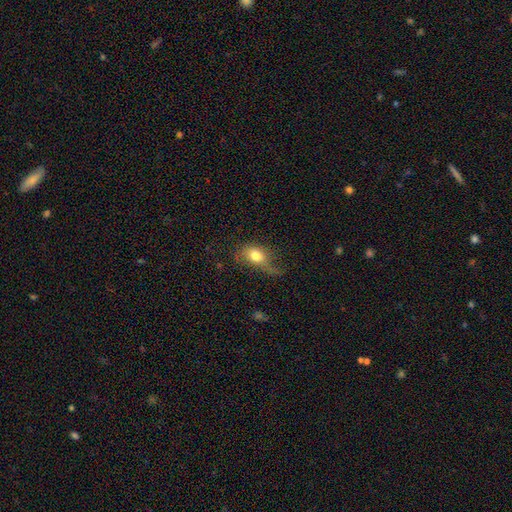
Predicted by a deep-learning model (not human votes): Smooth or featured: smooth — 74% (featured or disk — 17%)
How rounded: in between — 71% (round — 26%)
Merging: major disturbance — 40% (none — 30%)